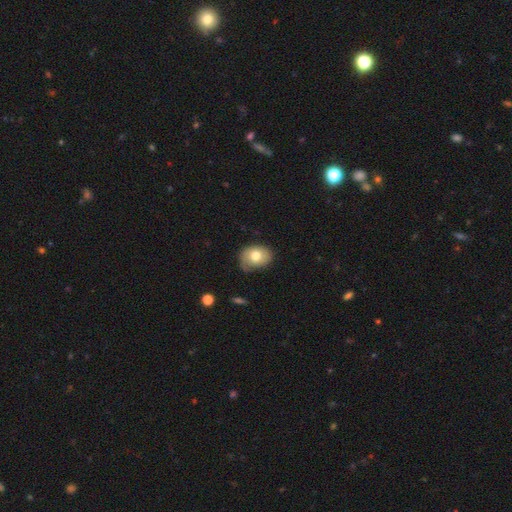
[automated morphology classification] type=smooth (73%); roundness=in between (64%); merging=none (61%).